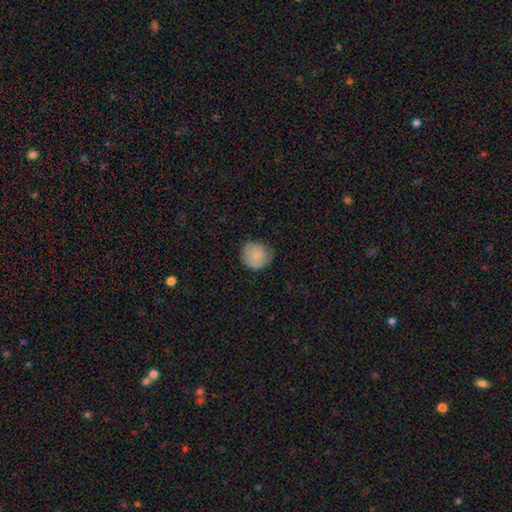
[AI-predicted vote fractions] Q: Smooth or featured?
A: smooth (85%); runner-up: featured or disk (8%)
Q: How rounded?
A: round (87%); runner-up: in between (12%)
Q: Merging?
A: none (68%); runner-up: minor disturbance (26%)